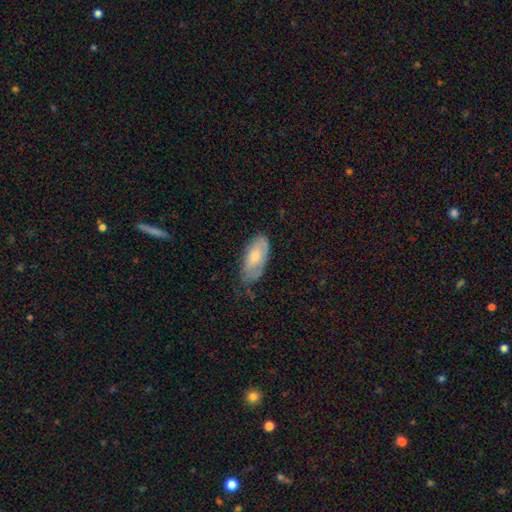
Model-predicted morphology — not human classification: This is likely a smooth galaxy (64%). How rounded: clearly in between (89%). Merging: possibly none (52%).